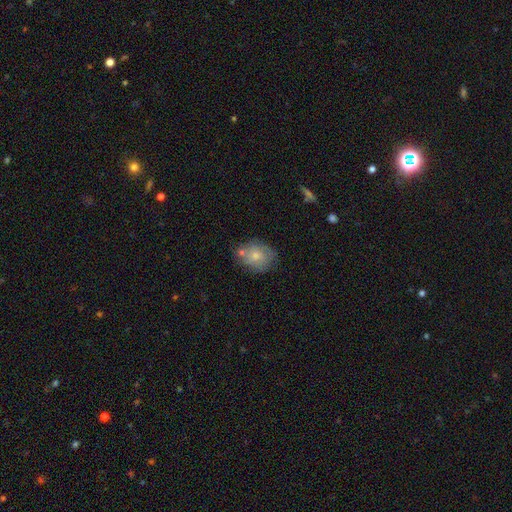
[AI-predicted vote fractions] smooth_or_featured: smooth (p=0.64) [alt: featured or disk p=0.28]
how_rounded: round (p=0.51) [alt: in between p=0.48]
merging: none (p=0.57) [alt: minor disturbance p=0.24]